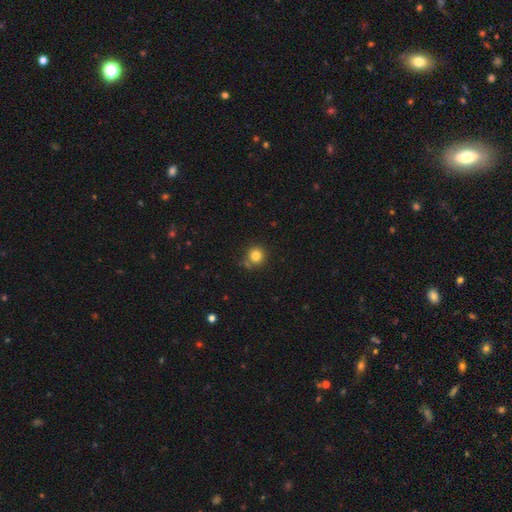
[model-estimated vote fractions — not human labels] This is clearly a smooth galaxy (81%). How rounded: clearly round (91%). Merging: likely none (78%).